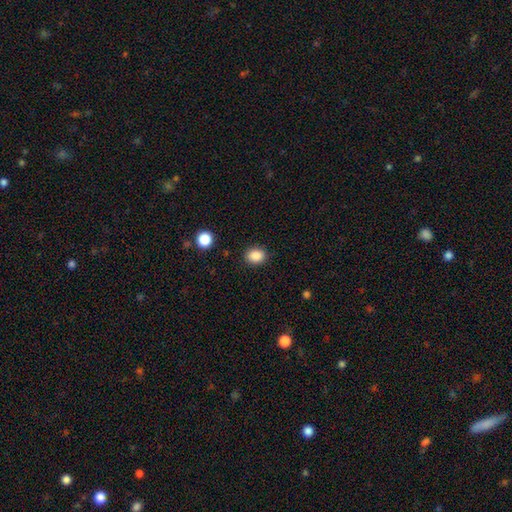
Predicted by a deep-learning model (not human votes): Smooth or featured? smooth (88%)
How rounded? round (51%)
Merging? none (88%)